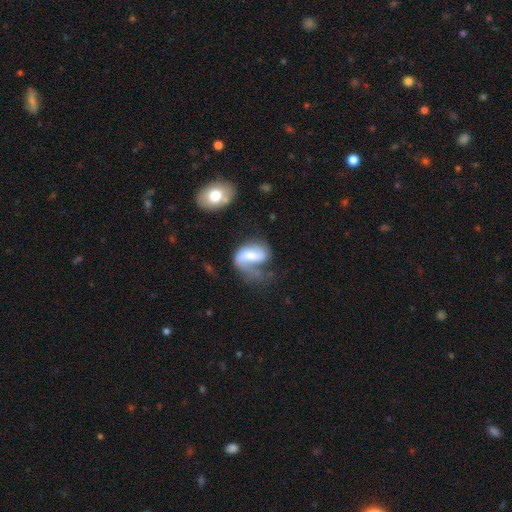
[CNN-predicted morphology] The model was most divided on "bar": weak: 41%, no: 30%, strong: 29%. Remaining: edge-on disk — no (96%); spiral arms — yes (79%); smooth or featured — featured or disk (59%); bulge size — moderate (46%); merging — major disturbance (43%).